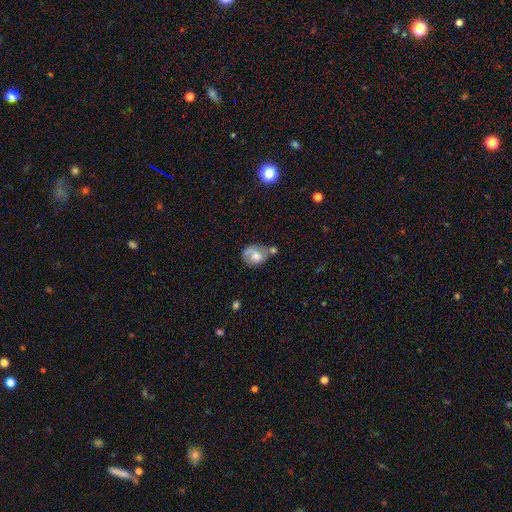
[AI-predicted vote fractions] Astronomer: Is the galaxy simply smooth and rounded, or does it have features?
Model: smooth — 53% (runner-up: featured or disk, 38%).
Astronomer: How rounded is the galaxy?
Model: in between — 54% (runner-up: round, 45%).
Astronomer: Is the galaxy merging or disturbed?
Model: none — 36% (runner-up: minor disturbance, 26%).